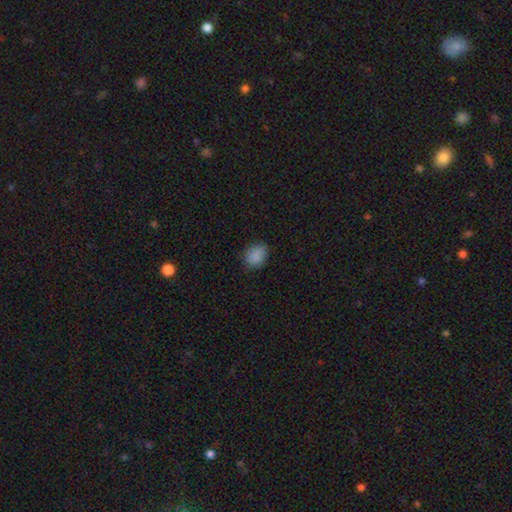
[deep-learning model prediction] A smooth galaxy with no disk features (87%) that is in between round and cigar-shaped (63%).

Vote fractions:
- Smooth or featured? smooth: 87% / star or artifact: 10% / featured or disk: 4%
- How rounded? in between: 63% / round: 35% / cigar-shaped: 1%
- Merging? none: 80% / minor disturbance: 16% / major disturbance: 3% / merger: 1%